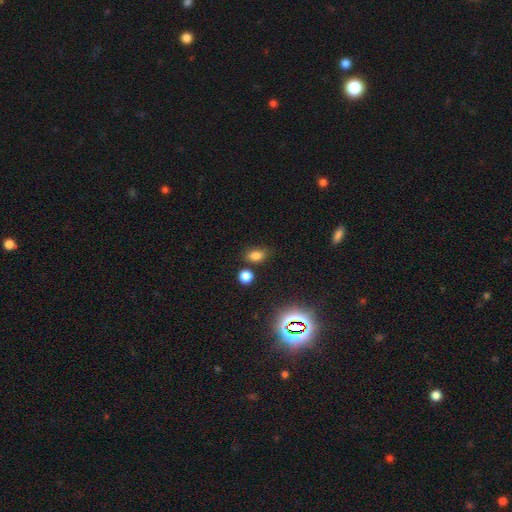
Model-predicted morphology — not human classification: Q: Smooth or featured?
A: smooth (77%); runner-up: star or artifact (16%)
Q: How rounded?
A: in between (77%); runner-up: round (20%)
Q: Merging?
A: none (74%); runner-up: minor disturbance (14%)